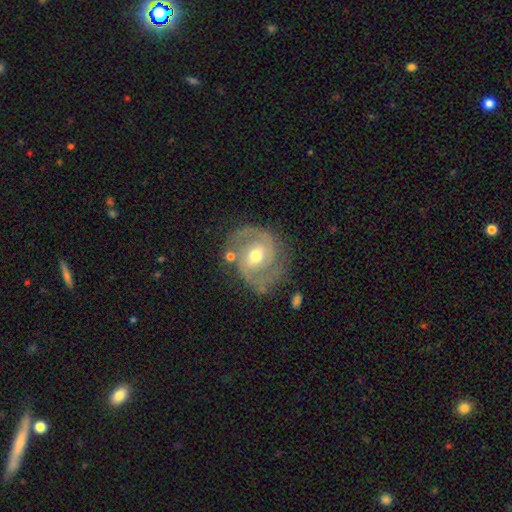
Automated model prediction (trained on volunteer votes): Smooth or featured: featured or disk — 85% (smooth — 9%)
Edge-on disk: no — 97% (yes — 3%)
Bar: weak — 48% (no — 35%)
Spiral arms: yes — 95% (no — 5%)
Spiral winding: medium — 46% (tight — 44%)
Spiral arm count: 2 — 86% (can't tell — 6%)
Bulge size: moderate — 66% (small — 27%)
Merging: none — 73% (minor disturbance — 16%)